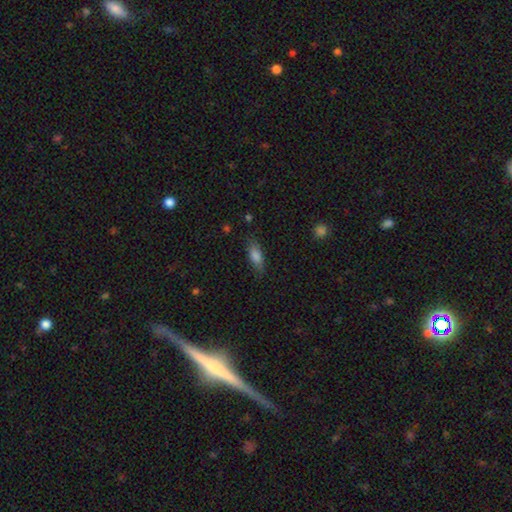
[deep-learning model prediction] smooth-or-featured: smooth: 82% | featured or disk: 10% | star or artifact: 8%
  how-rounded: in between: 76% | cigar-shaped: 21% | round: 3%
  merging: none: 78% | minor disturbance: 16% | major disturbance: 4% | merger: 1%